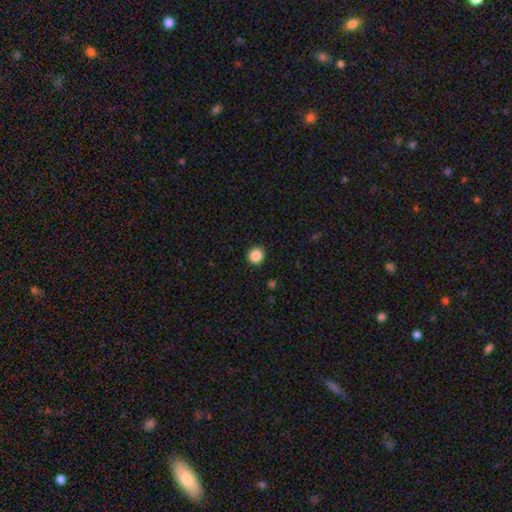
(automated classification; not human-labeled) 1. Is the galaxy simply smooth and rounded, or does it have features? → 87% smooth, 10% star or artifact, 3% featured or disk.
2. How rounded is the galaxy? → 94% round, 5% in between, 1% cigar-shaped.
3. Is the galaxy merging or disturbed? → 92% none, 5% minor disturbance, 2% major disturbance, 1% merger.